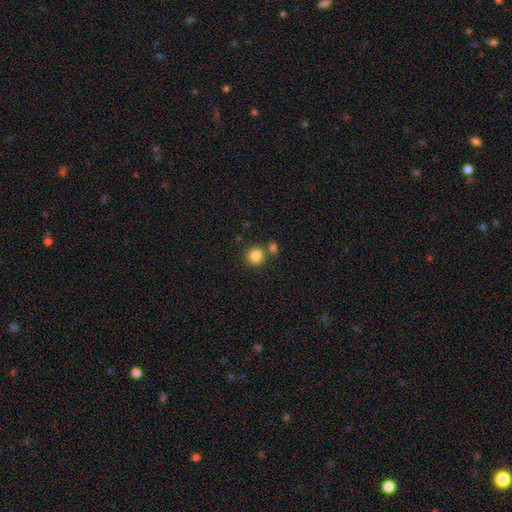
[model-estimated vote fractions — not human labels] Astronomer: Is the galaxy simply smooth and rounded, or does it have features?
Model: smooth — 85%.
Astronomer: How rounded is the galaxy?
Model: round — 92%.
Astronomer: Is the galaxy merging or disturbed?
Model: none — 74%.